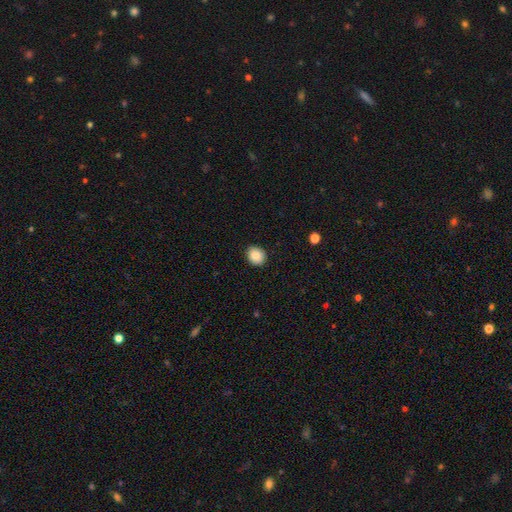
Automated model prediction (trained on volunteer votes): Overall: smooth (86%). How rounded: round (68%; in between 31%). Merging: none (89%).